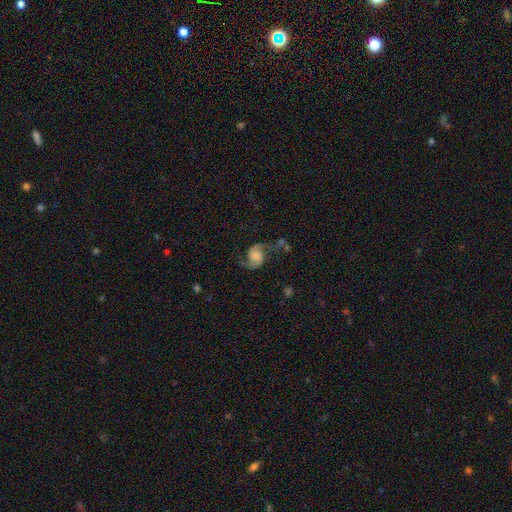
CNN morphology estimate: A featured or disk galaxy (80%) with no bar (67%), 2 (92%) loose (59%) spiral arms (96%) and a moderate central bulge (27%). Merging: none (64%).